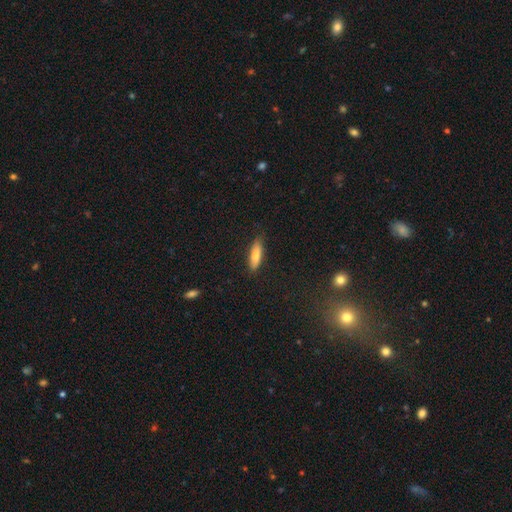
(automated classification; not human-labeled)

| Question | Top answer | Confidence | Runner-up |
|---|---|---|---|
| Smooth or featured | smooth | 77% | featured or disk (16%) |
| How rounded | cigar-shaped | 55% | in between (43%) |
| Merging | none | 82% | minor disturbance (14%) |